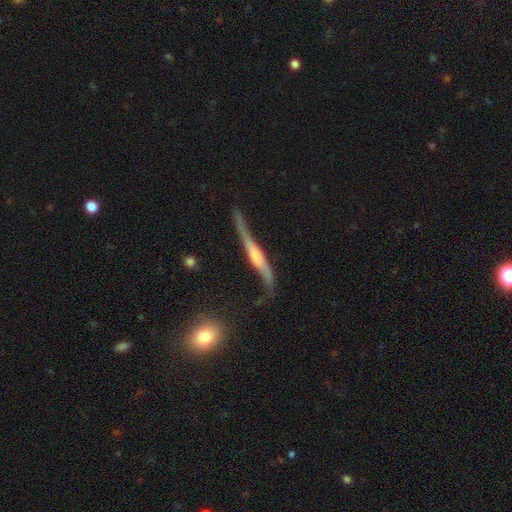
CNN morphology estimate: smooth-or-featured: featured or disk: 72% | smooth: 22% | star or artifact: 6%
  disk-edge-on: yes: 76% | no: 24%
    edge-on-bulge: rounded: 50% | none: 27% | boxy: 23%
  merging: none: 45% | minor disturbance: 31% | major disturbance: 19% | merger: 5%